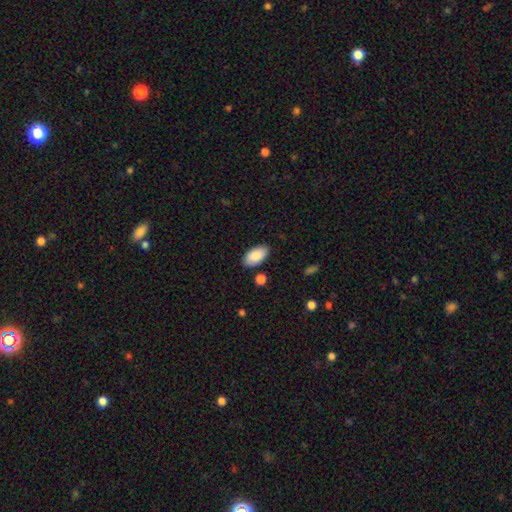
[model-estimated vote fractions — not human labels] A smooth galaxy with no disk features (88%) that is in between round and cigar-shaped (95%). Merging: none (84%).